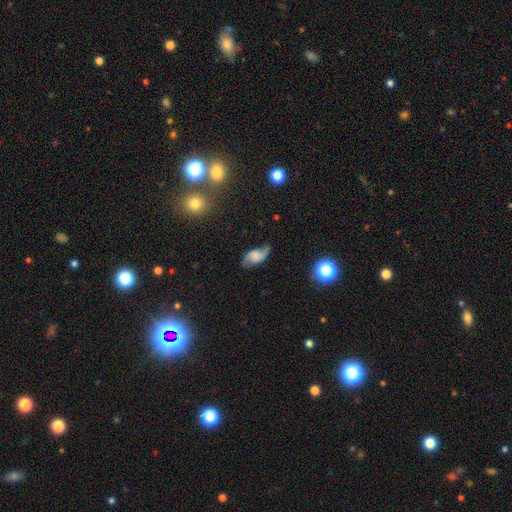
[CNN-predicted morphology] Overall: featured or disk (63%; smooth 27%). Edge-on disk: no (94%). Bar: no (59%; weak 33%). Spiral arms: yes (92%). Spiral arm count: 2 (89%). Spiral winding: loose (61%; medium 29%). Bulge size: none (42%; large 20%). Merging: none (67%).